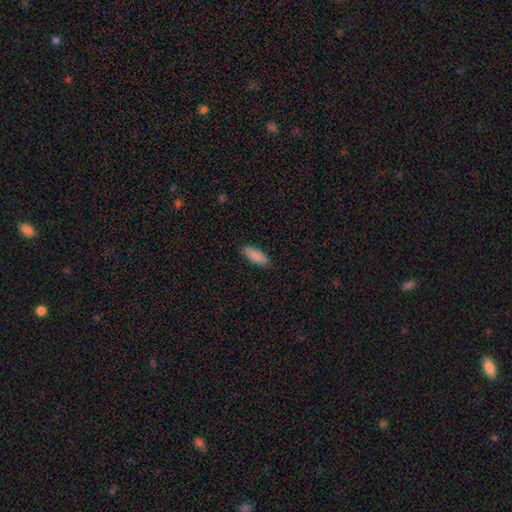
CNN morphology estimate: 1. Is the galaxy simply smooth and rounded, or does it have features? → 88% smooth, 6% star or artifact, 5% featured or disk.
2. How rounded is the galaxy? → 71% in between, 27% cigar-shaped, 2% round.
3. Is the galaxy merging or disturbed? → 86% none, 11% minor disturbance, 2% major disturbance, 1% merger.